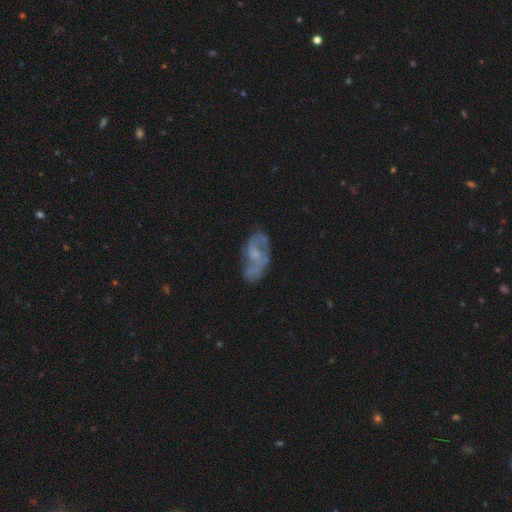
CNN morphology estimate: Smooth or featured?
  - featured or disk: 62% *
  - smooth: 29%
  - star or artifact: 9%
Edge-on disk?
  - no: 94% *
  - yes: 6%
Bar?
  - no: 68% *
  - weak: 28%
  - strong: 4%
Spiral arms?
  - yes: 64% *
  - no: 36%
Bulge size?
  - small: 38% *
  - moderate: 35%
  - none: 22%
  - large: 4%
  - dominant: 1%
Merging?
  - none: 61% *
  - minor disturbance: 22%
  - major disturbance: 13%
  - merger: 5%